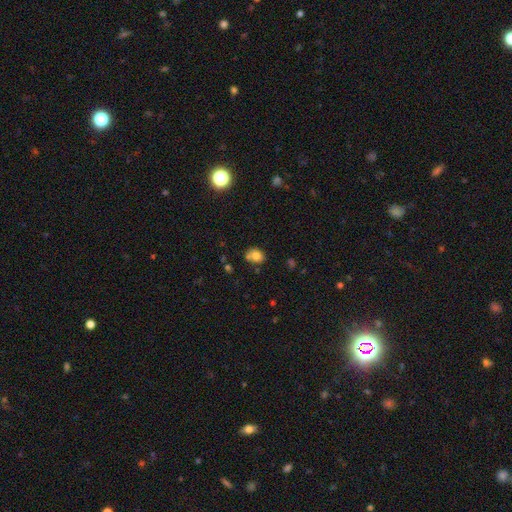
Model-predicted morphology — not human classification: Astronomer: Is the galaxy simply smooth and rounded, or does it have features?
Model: smooth — 76%.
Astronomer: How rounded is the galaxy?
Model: round — 51% (runner-up: in between, 48%).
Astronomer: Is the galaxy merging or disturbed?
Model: none — 55%.